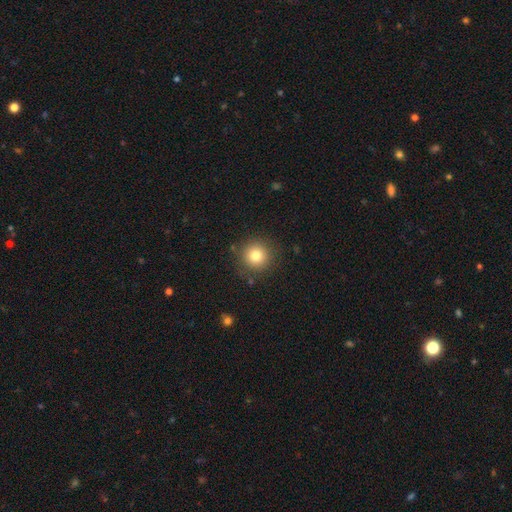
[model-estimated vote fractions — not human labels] smooth-or-featured: smooth: 80% | star or artifact: 12% | featured or disk: 8%
  how-rounded: round: 94% | in between: 5% | cigar-shaped: 1%
  merging: none: 87% | minor disturbance: 8% | major disturbance: 3% | merger: 2%